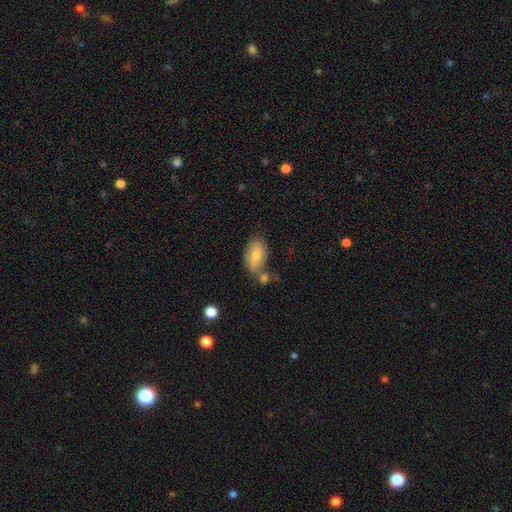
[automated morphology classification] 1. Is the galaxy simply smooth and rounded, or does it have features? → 56% smooth, 35% featured or disk, 9% star or artifact.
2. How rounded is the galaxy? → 90% in between, 6% round, 3% cigar-shaped.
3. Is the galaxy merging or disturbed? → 57% none, 19% merger, 19% minor disturbance, 6% major disturbance.